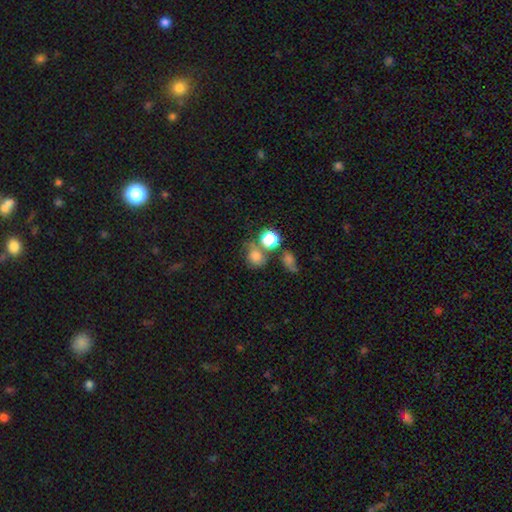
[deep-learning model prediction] A smooth galaxy with no disk features (74%) that is round (69%).

Vote fractions:
- Smooth or featured? smooth: 74% / star or artifact: 16% / featured or disk: 10%
- How rounded? round: 69% / in between: 30% / cigar-shaped: 1%
- Merging? none: 44% / merger: 31% / minor disturbance: 15% / major disturbance: 10%